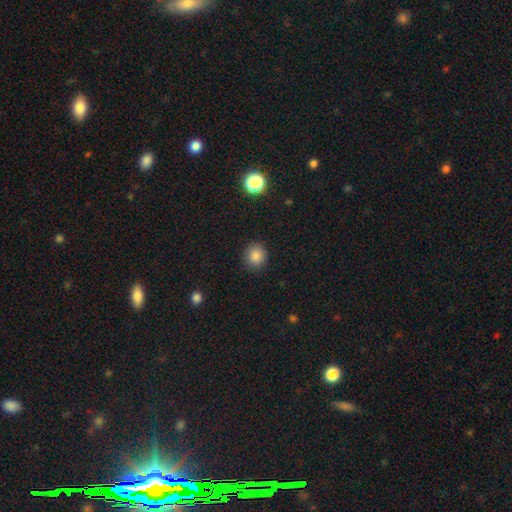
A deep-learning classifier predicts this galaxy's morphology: Overall: smooth (85%). How rounded: round (87%). Merging: none (90%).